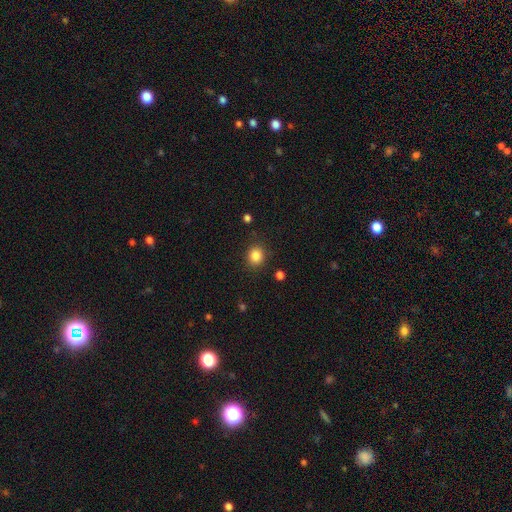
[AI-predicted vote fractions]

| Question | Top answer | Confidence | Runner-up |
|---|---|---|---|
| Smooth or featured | smooth | 85% | star or artifact (11%) |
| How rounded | round | 80% | in between (20%) |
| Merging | none | 87% | minor disturbance (8%) |